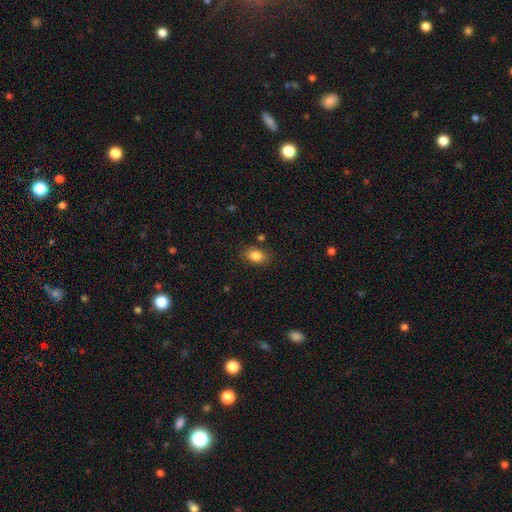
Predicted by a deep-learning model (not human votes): smooth_or_featured: smooth (p=0.85) [alt: star or artifact p=0.09]
how_rounded: in between (p=0.81) [alt: round p=0.17]
merging: none (p=0.82) [alt: minor disturbance p=0.12]